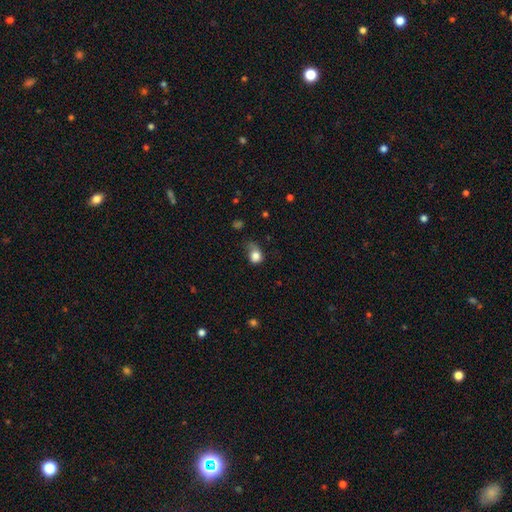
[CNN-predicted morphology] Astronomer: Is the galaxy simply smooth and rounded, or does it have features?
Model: smooth — 82%.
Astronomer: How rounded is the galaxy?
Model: round — 60% (runner-up: in between, 39%).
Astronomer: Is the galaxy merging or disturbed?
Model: minor disturbance — 39% (runner-up: none, 31%).